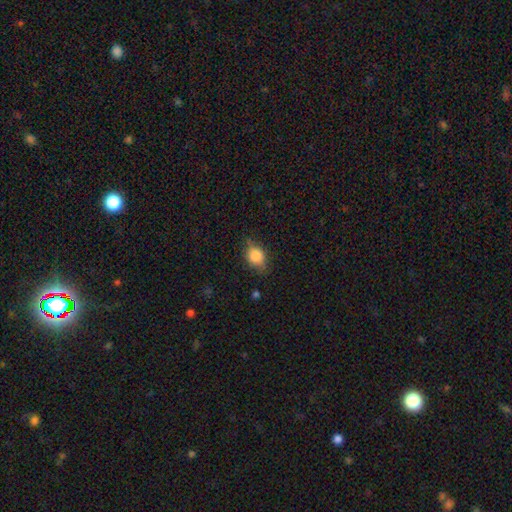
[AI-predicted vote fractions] This appears to be a smooth galaxy with no disk features (78%) that is in between round and cigar-shaped (63%). Merging: none (71%).